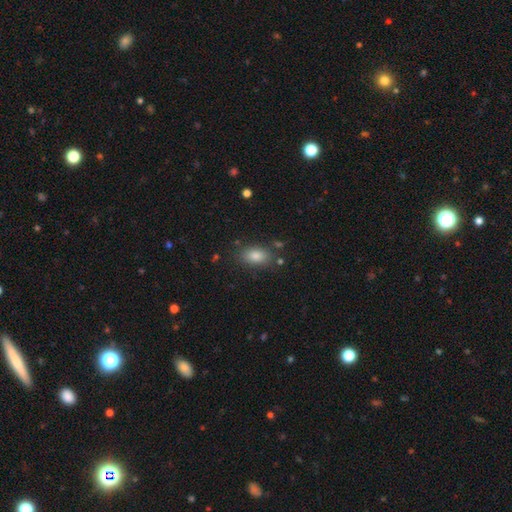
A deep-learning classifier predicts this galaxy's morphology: Overall: smooth (82%). How rounded: in between (87%). Merging: none (82%).